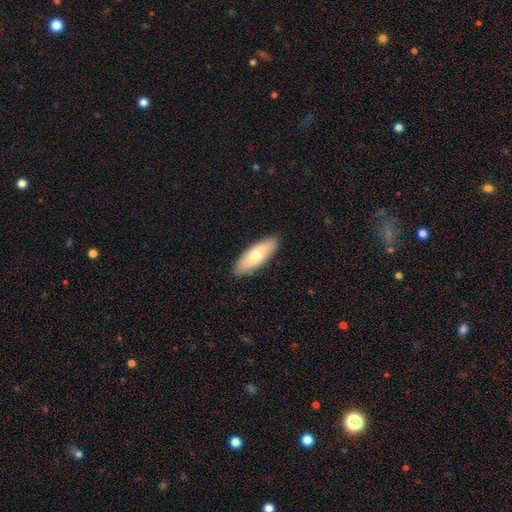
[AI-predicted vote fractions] Smooth or featured? smooth (66%)
How rounded? in between (64%)
Merging? none (89%)